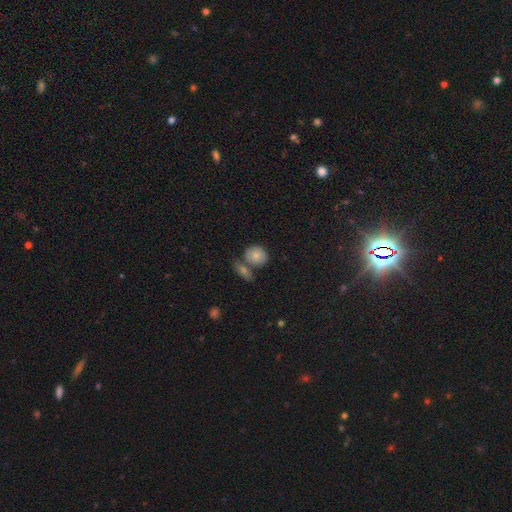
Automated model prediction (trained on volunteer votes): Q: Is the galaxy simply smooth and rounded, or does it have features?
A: smooth — 80%.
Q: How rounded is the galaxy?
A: round — 70%.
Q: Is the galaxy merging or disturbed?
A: none — 53%.